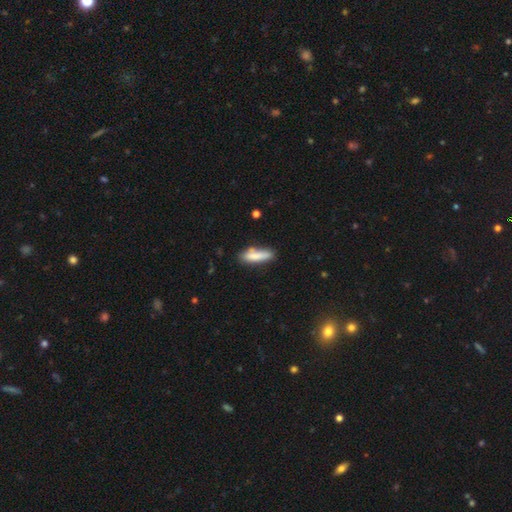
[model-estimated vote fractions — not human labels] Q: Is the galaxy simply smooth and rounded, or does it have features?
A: smooth — 81%.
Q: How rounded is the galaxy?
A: cigar-shaped — 69%.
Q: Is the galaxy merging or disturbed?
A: none — 70%.